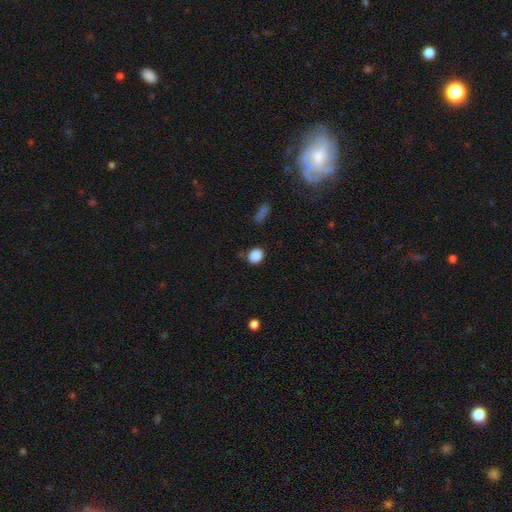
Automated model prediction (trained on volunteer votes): The model was most divided on "how rounded": round: 70%, in between: 29%, cigar-shaped: 1%. More confident: smooth or featured — smooth (87%); merging — none (82%).